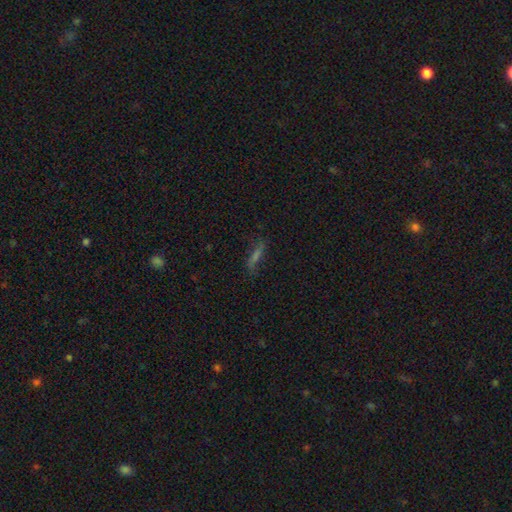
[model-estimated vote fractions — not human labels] Q: Smooth or featured?
A: smooth (44%); runner-up: featured or disk (36%)
Q: Merging?
A: none (74%); runner-up: minor disturbance (17%)